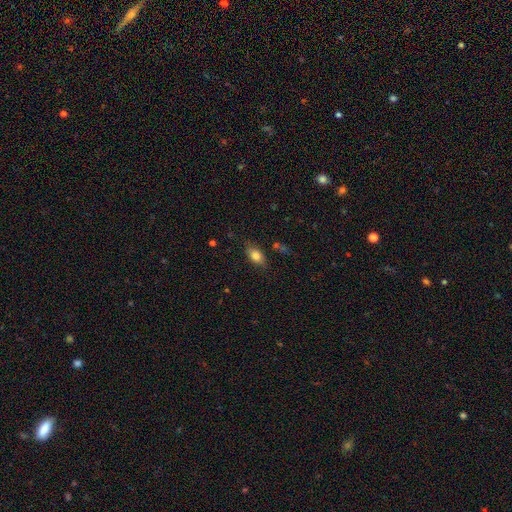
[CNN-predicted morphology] Smooth or featured: smooth — 79% (featured or disk — 13%)
How rounded: in between — 84% (round — 10%)
Merging: none — 75% (minor disturbance — 17%)